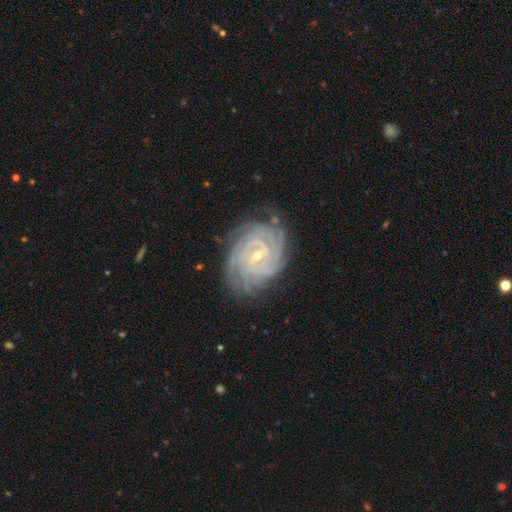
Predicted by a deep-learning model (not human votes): Overall: featured or disk (85%). Edge-on disk: no (97%). Bar: no (45%; weak 40%). Spiral arms: yes (98%). Spiral arm count: can't tell (25%; 4 23%). Spiral winding: tight (81%). Bulge size: small (71%). Merging: none (81%).